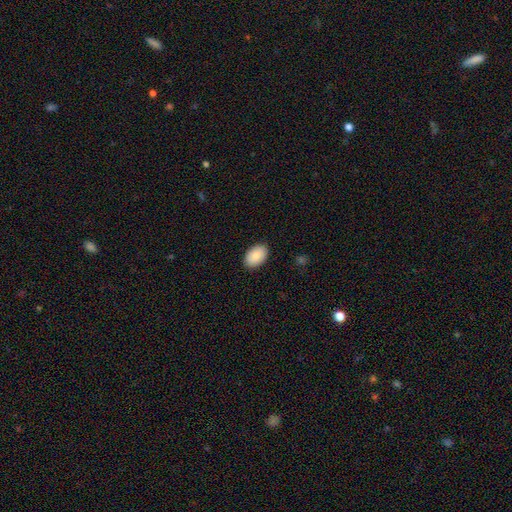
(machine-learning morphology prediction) Smooth or featured?
  - smooth: 87% *
  - featured or disk: 7%
  - star or artifact: 6%
How rounded?
  - in between: 90% *
  - round: 9%
  - cigar-shaped: 1%
Merging?
  - none: 89% *
  - minor disturbance: 8%
  - major disturbance: 2%
  - merger: 1%